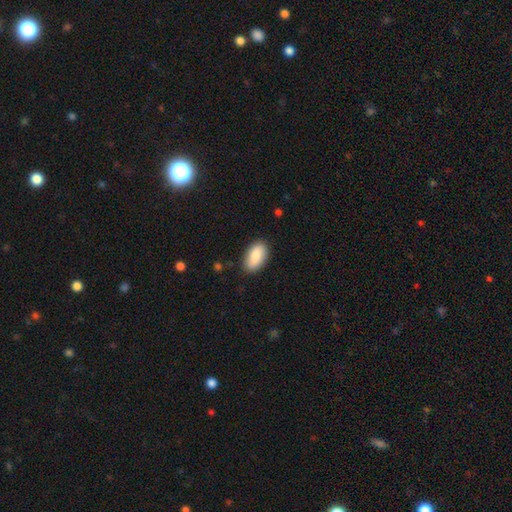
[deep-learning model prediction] Q: Smooth or featured?
A: smooth (84%); runner-up: featured or disk (10%)
Q: How rounded?
A: in between (94%); runner-up: cigar-shaped (3%)
Q: Merging?
A: none (85%); runner-up: minor disturbance (12%)